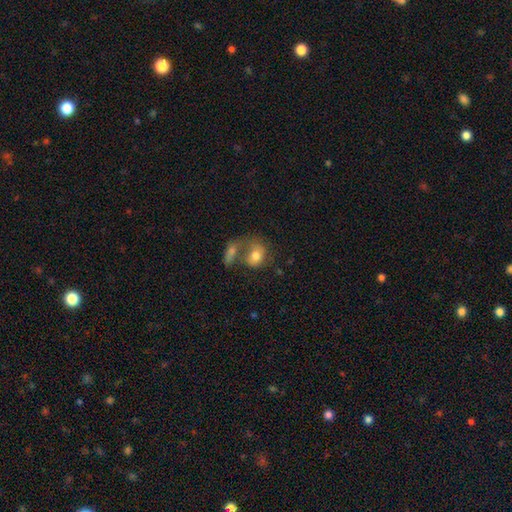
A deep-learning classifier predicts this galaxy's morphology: smooth-or-featured: smooth: 70% | featured or disk: 21% | star or artifact: 8%
  how-rounded: in between: 54% | round: 44% | cigar-shaped: 2%
  merging: merger: 51% | none: 24% | major disturbance: 14% | minor disturbance: 11%